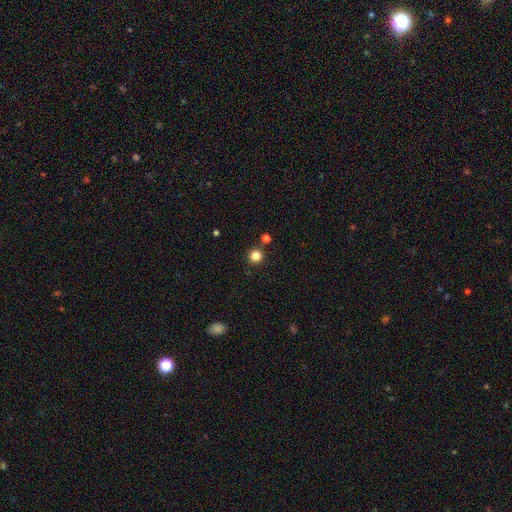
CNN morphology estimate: Smooth or featured? Predicted: smooth (p=0.83). How rounded? Predicted: round (p=0.94). Merging? Predicted: none (p=0.85).